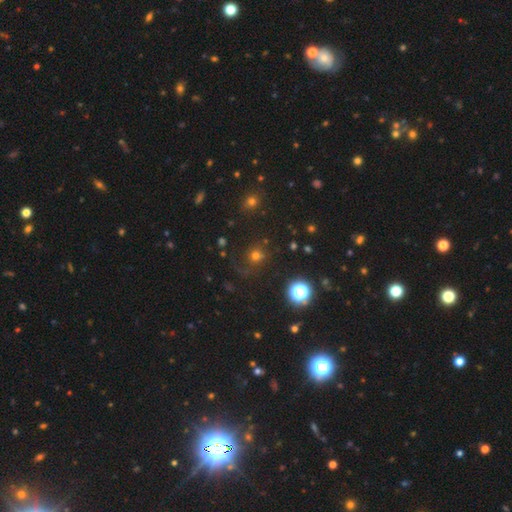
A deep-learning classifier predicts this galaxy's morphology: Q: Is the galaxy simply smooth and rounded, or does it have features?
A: smooth — 62%.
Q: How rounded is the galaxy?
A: round — 85%.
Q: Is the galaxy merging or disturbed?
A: none — 67%.